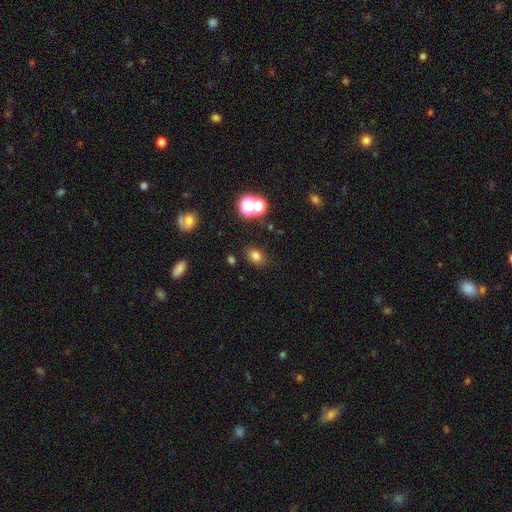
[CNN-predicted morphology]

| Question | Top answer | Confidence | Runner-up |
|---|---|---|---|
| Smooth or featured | smooth | 75% | star or artifact (18%) |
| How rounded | in between | 66% | round (32%) |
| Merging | none | 81% | minor disturbance (11%) |